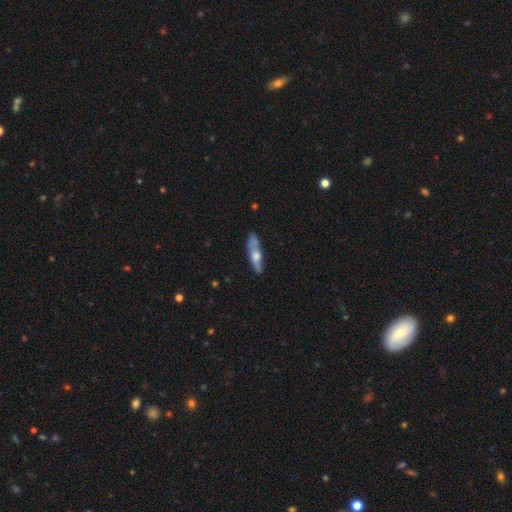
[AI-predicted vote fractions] This is possibly a featured or disk galaxy (49%). Merging: likely none (67%).